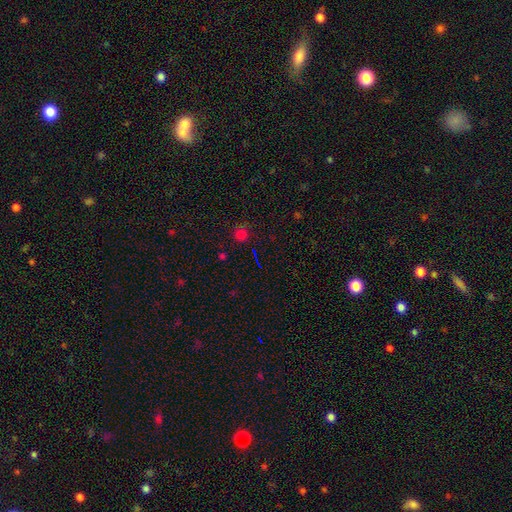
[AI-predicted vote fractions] smooth_or_featured: star or artifact (p=0.52) [alt: smooth p=0.40]